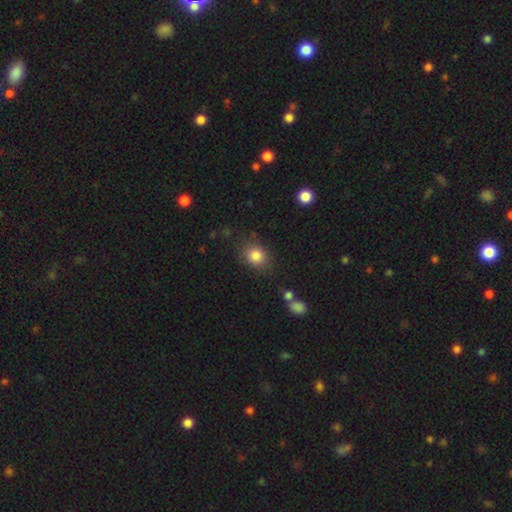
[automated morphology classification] Smooth or featured? smooth (84%)
How rounded? round (60%)
Merging? none (77%)